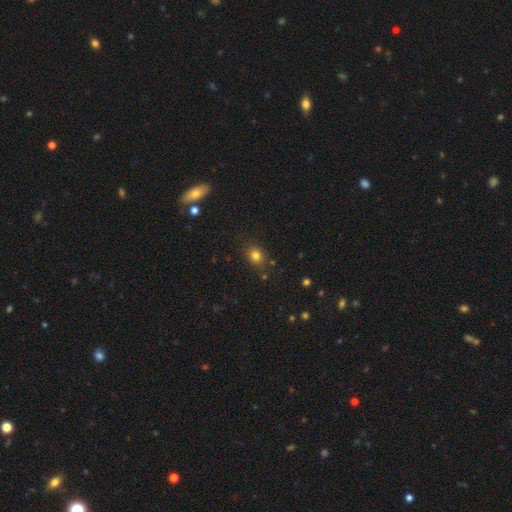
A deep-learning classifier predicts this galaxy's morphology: This appears to be a smooth galaxy with no disk features (79%) that is round (56%). Merging: none (83%).